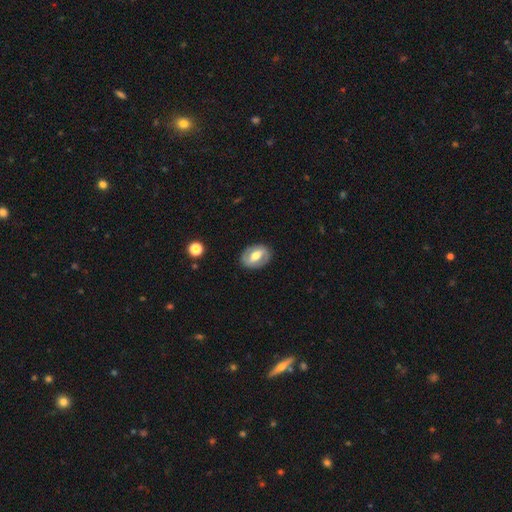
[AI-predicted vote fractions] smooth-or-featured: featured or disk: 59% | smooth: 35% | star or artifact: 6%
  disk-edge-on: no: 94% | yes: 6%
    bar: strong: 44% | weak: 36% | no: 20%
    has-spiral-arms: yes: 51% | no: 49%
    bulge-size: moderate: 68% | large: 18% | small: 11% | dominant: 2% | none: 1%
  merging: none: 85% | minor disturbance: 11% | major disturbance: 3% | merger: 1%